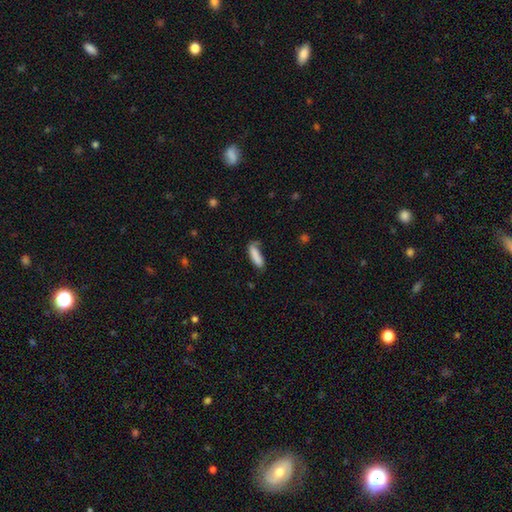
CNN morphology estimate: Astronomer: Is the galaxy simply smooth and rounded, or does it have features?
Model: smooth — 84%.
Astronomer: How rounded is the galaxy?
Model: cigar-shaped — 56% (runner-up: in between, 42%).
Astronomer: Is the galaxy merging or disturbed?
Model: none — 60%.